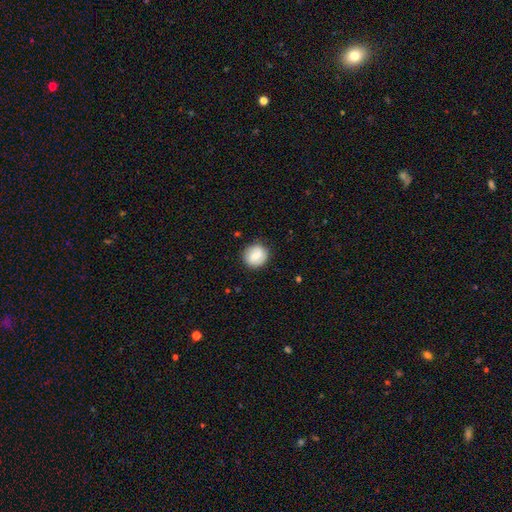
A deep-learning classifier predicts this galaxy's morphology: Q: Smooth or featured?
A: smooth (68%); runner-up: featured or disk (25%)
Q: How rounded?
A: round (85%); runner-up: in between (14%)
Q: Merging?
A: none (85%); runner-up: minor disturbance (11%)